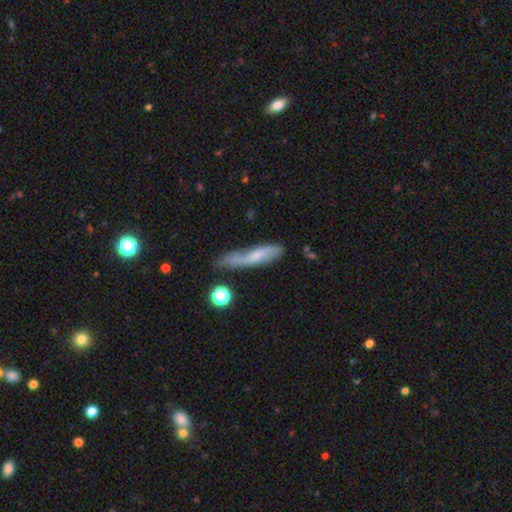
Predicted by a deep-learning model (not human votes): smooth 46% (tied), featured or disk 46% (tied), star or artifact 8%. Down the decision tree: merging — none (51%).